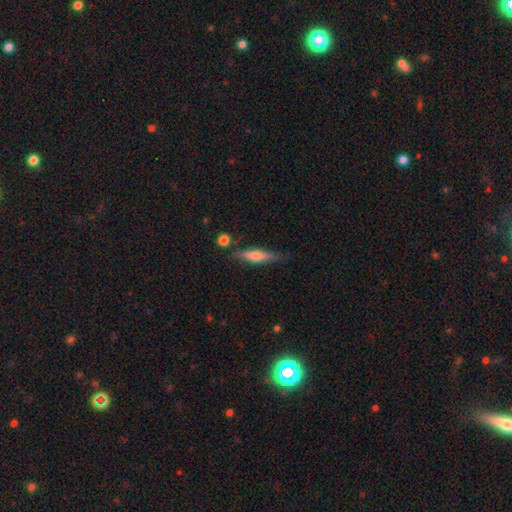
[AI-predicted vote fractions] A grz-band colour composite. It shows a smooth galaxy with no disk features (50%). Merging: none (76%).